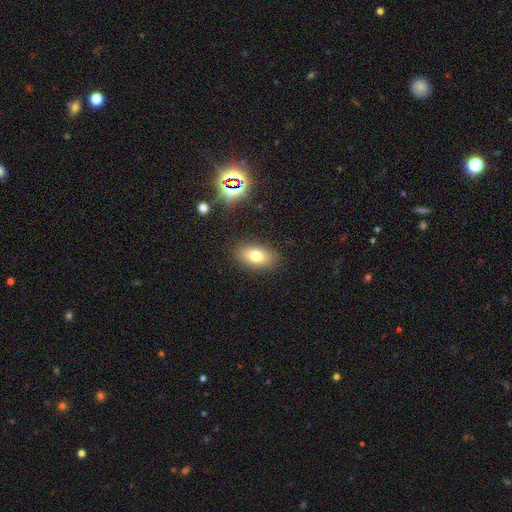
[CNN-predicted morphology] smooth_or_featured: smooth (p=0.75) [alt: featured or disk p=0.14]
how_rounded: in between (p=0.88) [alt: round p=0.08]
merging: none (p=0.87) [alt: minor disturbance p=0.09]